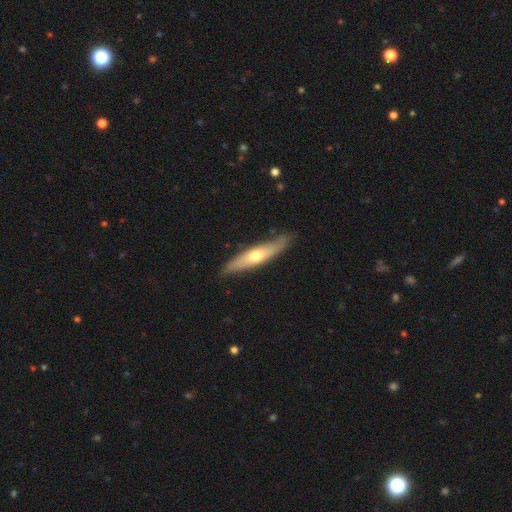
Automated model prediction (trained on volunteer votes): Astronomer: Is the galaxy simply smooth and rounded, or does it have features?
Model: featured or disk — 48% (runner-up: smooth, 47%).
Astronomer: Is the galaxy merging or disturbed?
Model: none — 82%.